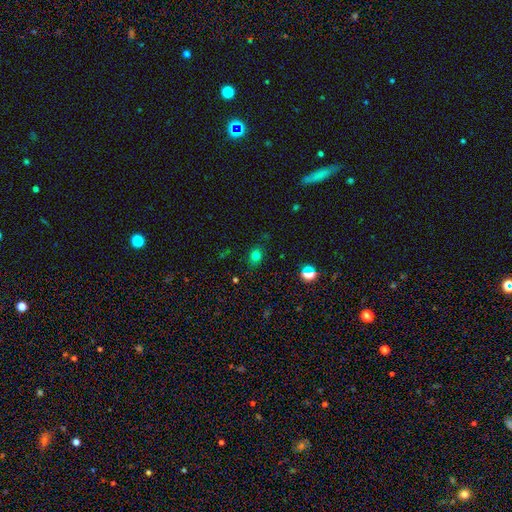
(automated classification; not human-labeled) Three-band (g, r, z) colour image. It shows a smooth galaxy with no disk features (75%) that is in between round and cigar-shaped (58%). Merging: none (83%).